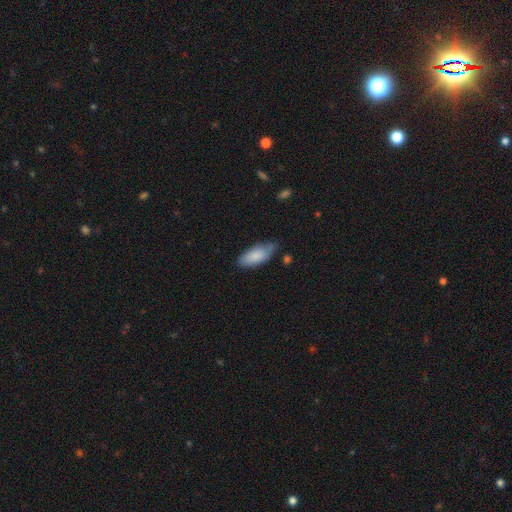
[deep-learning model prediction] Morphology: type=smooth (83%); roundness=in between (85%); merging=none (64%).